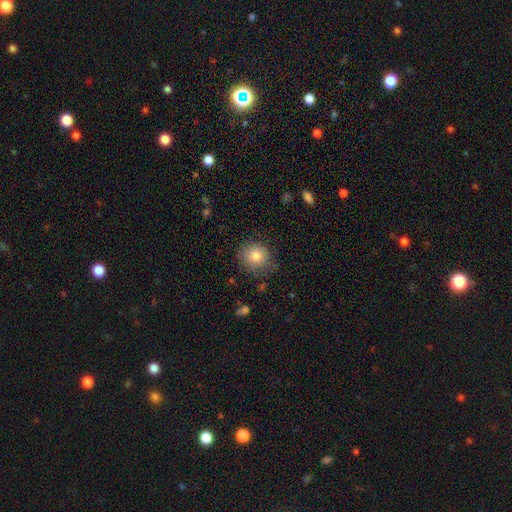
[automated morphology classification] Smooth or featured: smooth — 81% (star or artifact — 10%)
How rounded: round — 88% (in between — 12%)
Merging: none — 78% (minor disturbance — 17%)